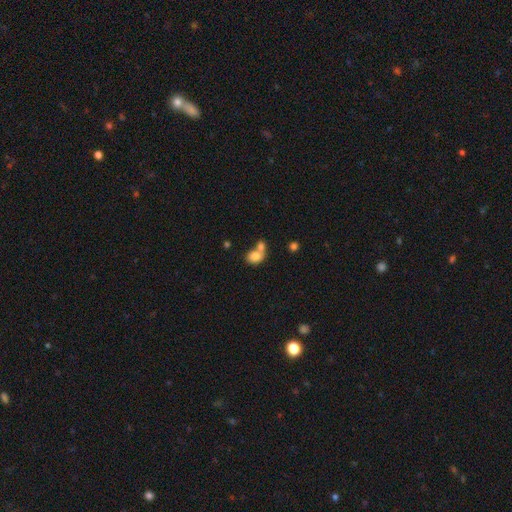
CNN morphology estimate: smooth 79%, featured or disk 12%, star or artifact 9%. Down the decision tree: how rounded — in between (52%); merging — merger (62%).